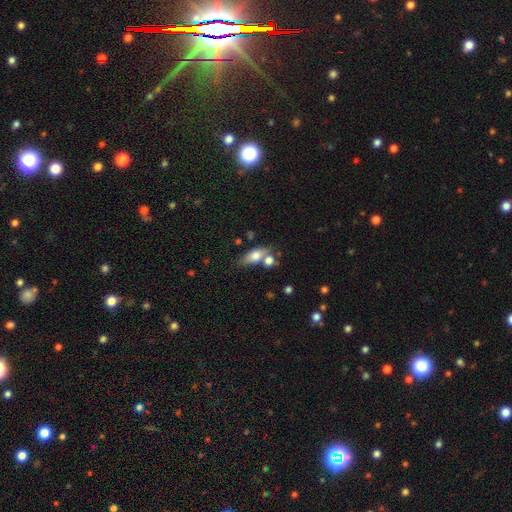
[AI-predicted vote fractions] Morphology: type=smooth (70%); roundness=in between (74%); merging=none (53%).